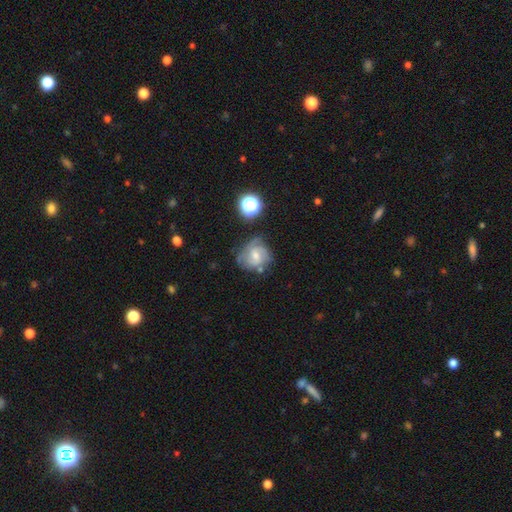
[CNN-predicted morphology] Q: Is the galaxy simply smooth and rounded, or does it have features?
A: featured or disk — 68%.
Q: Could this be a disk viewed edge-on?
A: no — 98%.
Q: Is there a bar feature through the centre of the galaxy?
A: weak — 48%.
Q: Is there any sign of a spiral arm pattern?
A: yes — 89%.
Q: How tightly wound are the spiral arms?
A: tight — 45%.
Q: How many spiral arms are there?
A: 2 — 36%.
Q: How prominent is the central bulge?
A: moderate — 49%.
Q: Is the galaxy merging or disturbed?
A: none — 55%.